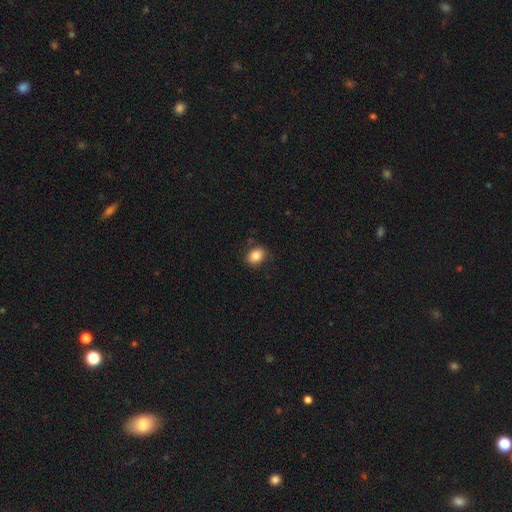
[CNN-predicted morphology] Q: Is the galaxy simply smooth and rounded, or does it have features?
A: smooth — 84%.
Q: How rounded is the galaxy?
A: in between — 59%.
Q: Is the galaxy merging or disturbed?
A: none — 84%.